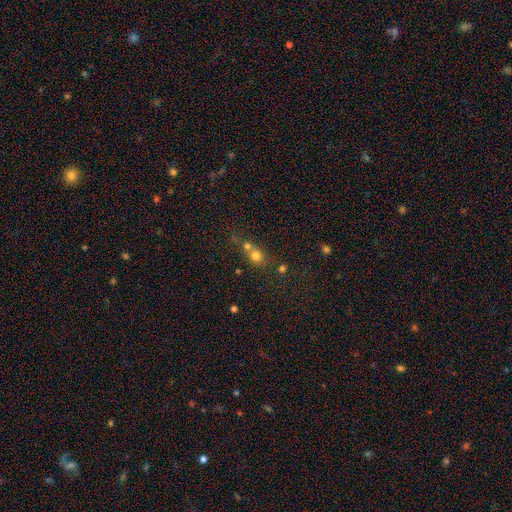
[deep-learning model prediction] The model was most divided on "merging": merger: 52%, none: 36%, minor disturbance: 7%, major disturbance: 4%. More confident: how rounded — round (79%); smooth or featured — smooth (71%).